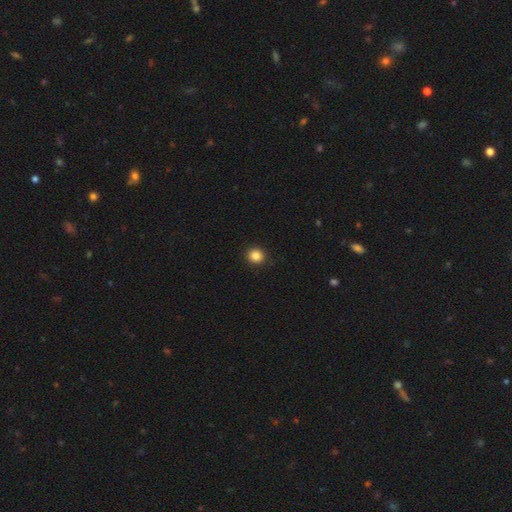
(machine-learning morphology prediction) A smooth galaxy with no disk features (85%) that is round (89%). Merging: none (92%).